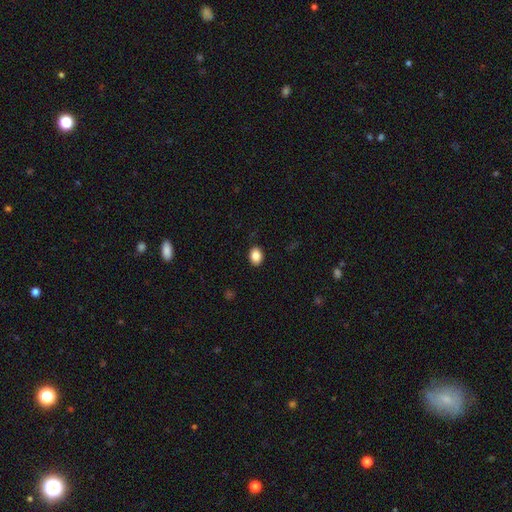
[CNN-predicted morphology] Smooth or featured: smooth — 86% (star or artifact — 9%)
How rounded: in between — 67% (round — 32%)
Merging: none — 88% (minor disturbance — 9%)